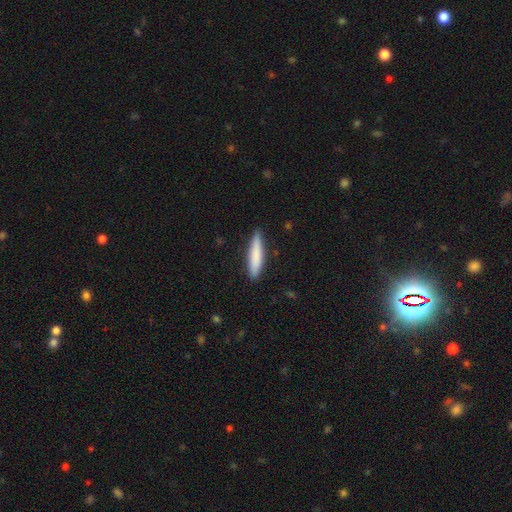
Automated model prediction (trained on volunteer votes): Smooth or featured? Predicted: smooth (p=0.82). How rounded? Predicted: cigar-shaped (p=0.82). Merging? Predicted: none (p=0.86).